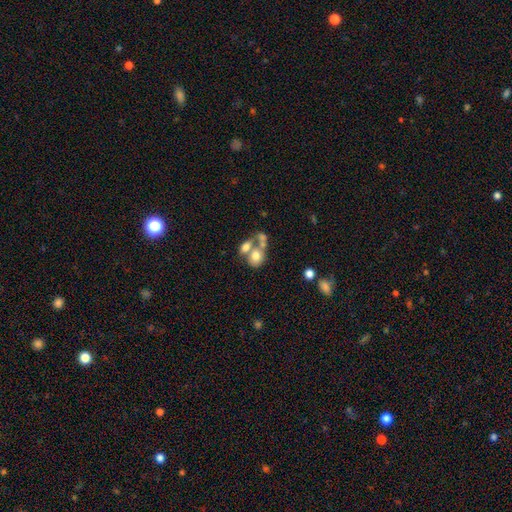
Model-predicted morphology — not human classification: A smooth galaxy with no disk features (65%) that is in between round and cigar-shaped (53%).

Vote fractions:
- Smooth or featured? smooth: 65% / featured or disk: 25% / star or artifact: 10%
- How rounded? in between: 53% / round: 46% / cigar-shaped: 2%
- Merging? merger: 56% / none: 26% / minor disturbance: 9% / major disturbance: 8%